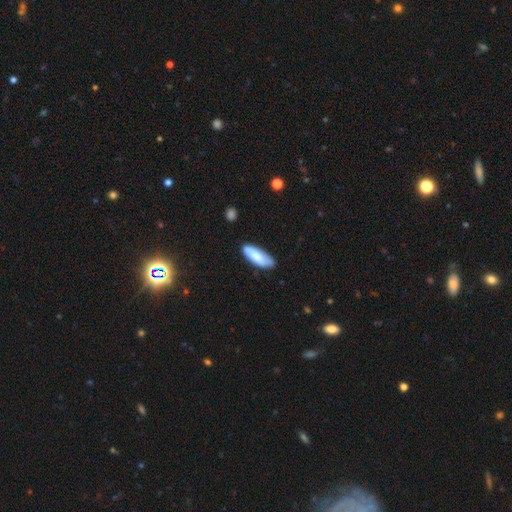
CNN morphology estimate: Overall: smooth (77%). How rounded: in between (62%; cigar-shaped 37%). Merging: none (76%).